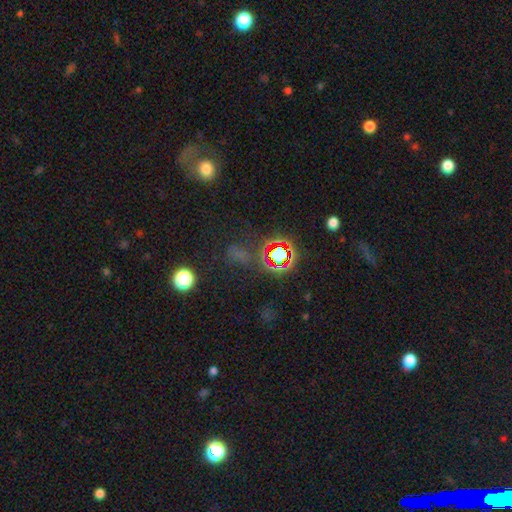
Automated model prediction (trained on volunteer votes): star or artifact 57%, smooth 28%, featured or disk 14%.